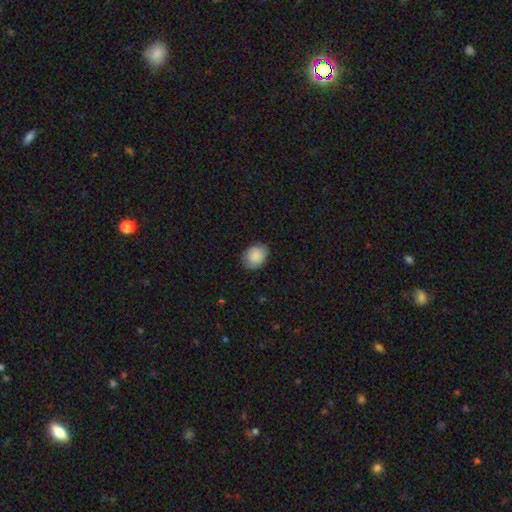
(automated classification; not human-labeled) Q: Smooth or featured?
A: smooth (87%); runner-up: star or artifact (7%)
Q: How rounded?
A: in between (54%); runner-up: round (45%)
Q: Merging?
A: none (78%); runner-up: minor disturbance (17%)